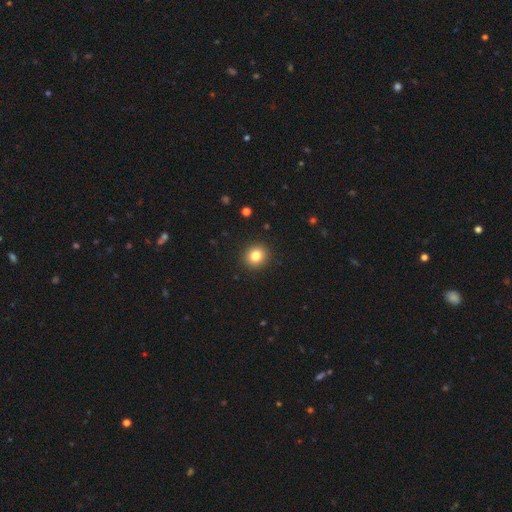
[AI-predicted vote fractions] smooth_or_featured: smooth (p=0.83) [alt: star or artifact p=0.11]
how_rounded: round (p=0.84) [alt: in between p=0.15]
merging: none (p=0.92) [alt: minor disturbance p=0.05]